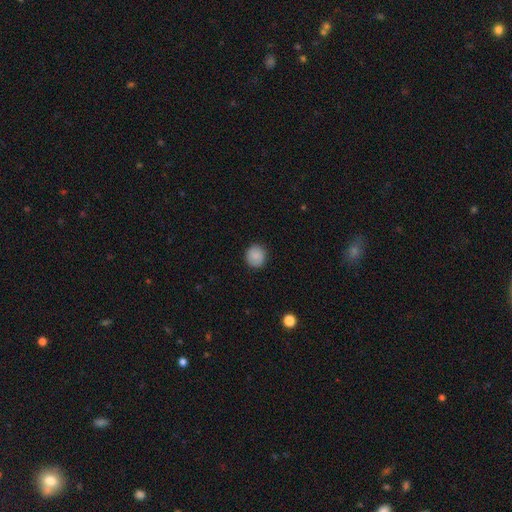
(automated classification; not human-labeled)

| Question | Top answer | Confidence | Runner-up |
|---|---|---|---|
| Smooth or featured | smooth | 88% | star or artifact (8%) |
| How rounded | round | 90% | in between (9%) |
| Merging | none | 90% | minor disturbance (7%) |